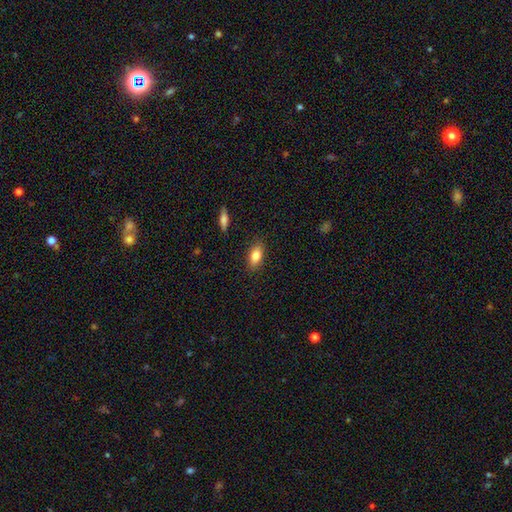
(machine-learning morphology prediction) smooth-or-featured: smooth: 82% | featured or disk: 10% | star or artifact: 7%
  how-rounded: in between: 87% | cigar-shaped: 10% | round: 4%
  merging: none: 87% | minor disturbance: 10% | major disturbance: 2% | merger: 1%